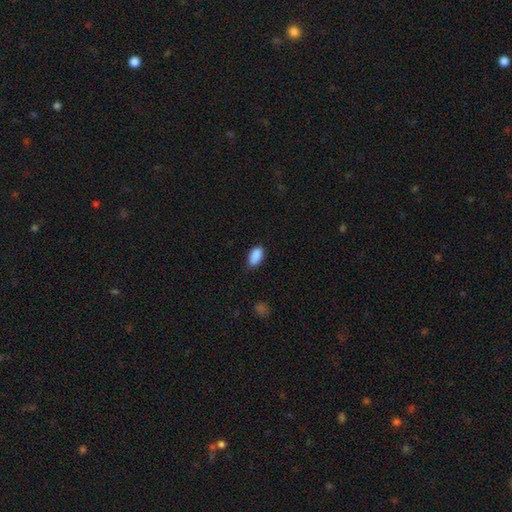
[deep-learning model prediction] Q: Smooth or featured?
A: smooth (90%); runner-up: star or artifact (8%)
Q: How rounded?
A: in between (93%); runner-up: round (5%)
Q: Merging?
A: none (77%); runner-up: minor disturbance (18%)